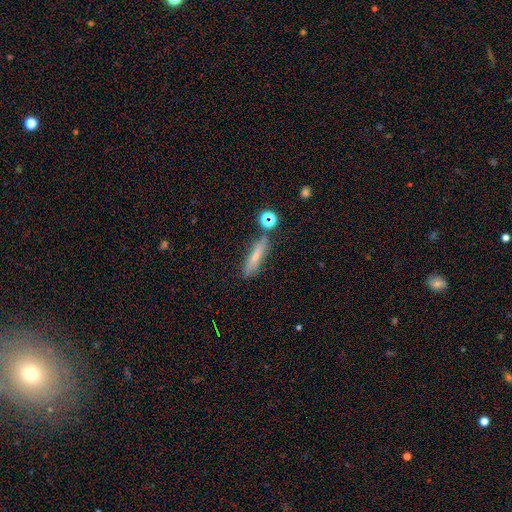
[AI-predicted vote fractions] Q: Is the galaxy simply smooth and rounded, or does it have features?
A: smooth — 58%.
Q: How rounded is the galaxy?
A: cigar-shaped — 77%.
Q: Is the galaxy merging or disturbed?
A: none — 74%.